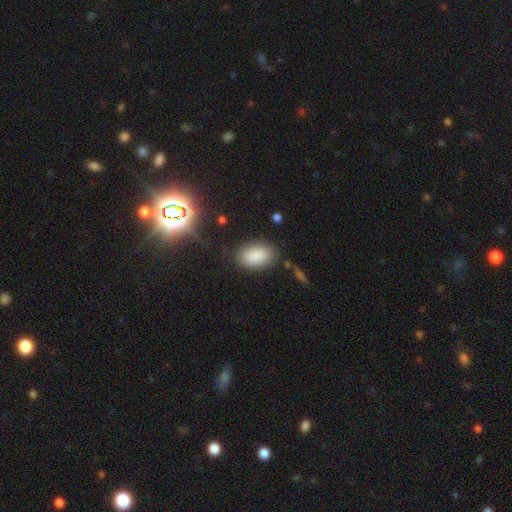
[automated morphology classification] Smooth or featured? smooth (86%)
How rounded? in between (92%)
Merging? none (80%)